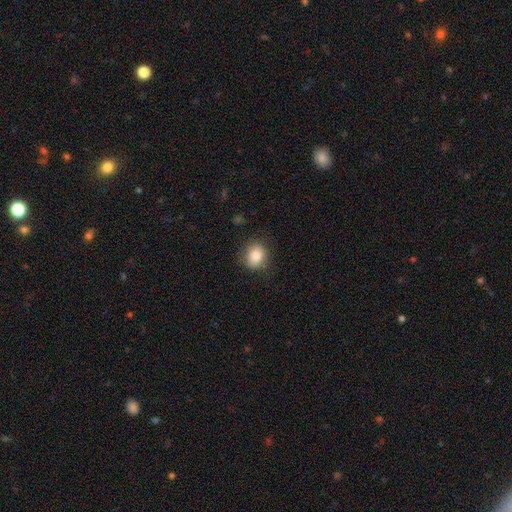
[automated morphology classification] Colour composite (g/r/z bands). It shows a smooth galaxy with no disk features (84%) that is round (63%). Merging: none (81%).